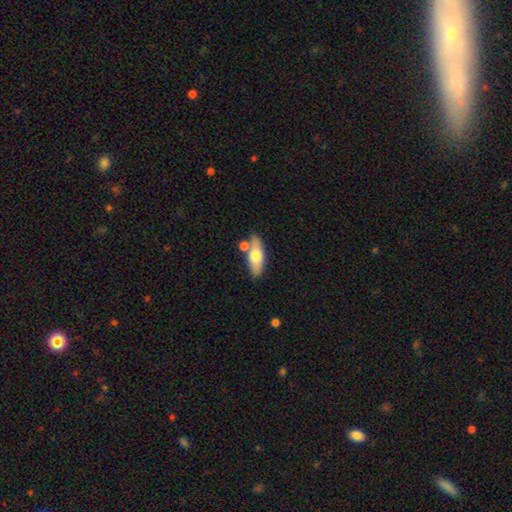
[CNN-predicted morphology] Smooth or featured? Predicted: smooth (p=0.64). How rounded? Predicted: in between (p=0.71). Merging? Predicted: none (p=0.69).